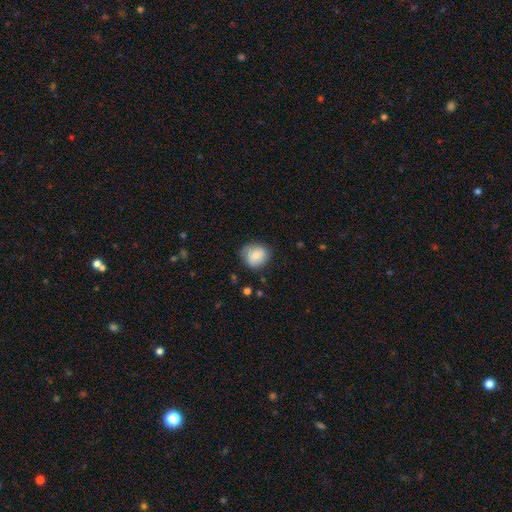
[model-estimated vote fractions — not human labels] The model was most divided on "how rounded": round: 75%, in between: 24%, cigar-shaped: 1%. More confident: smooth or featured — smooth (80%); merging — none (73%).